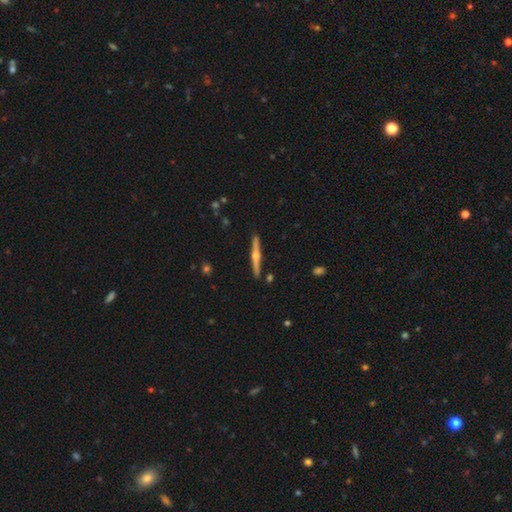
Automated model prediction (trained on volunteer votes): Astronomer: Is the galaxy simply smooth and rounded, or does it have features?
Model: featured or disk — 75%.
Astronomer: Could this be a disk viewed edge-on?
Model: yes — 98%.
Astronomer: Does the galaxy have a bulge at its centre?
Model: rounded — 92%.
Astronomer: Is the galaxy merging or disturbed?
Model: none — 91%.